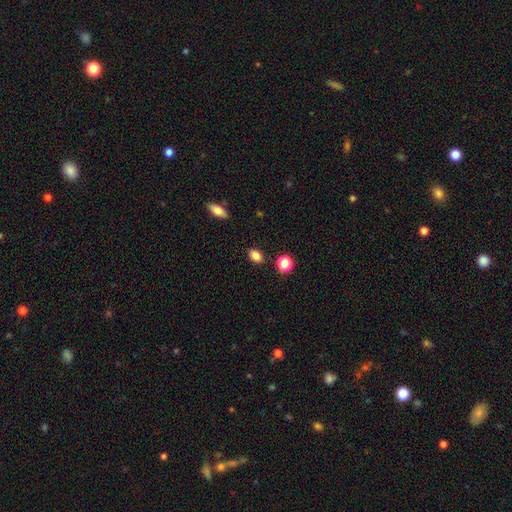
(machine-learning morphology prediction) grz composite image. It shows a smooth galaxy with no disk features (84%) that is in between round and cigar-shaped (74%). Merging: none (85%).